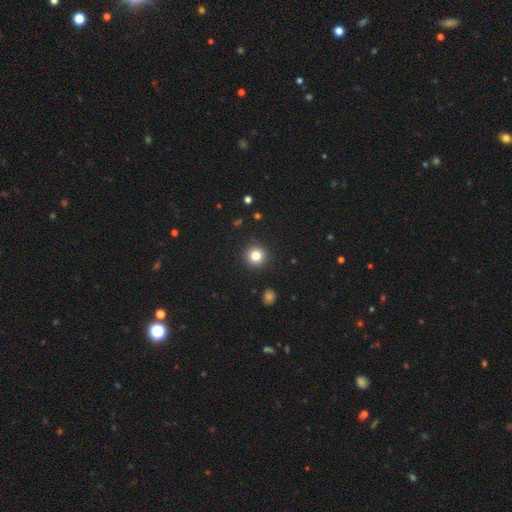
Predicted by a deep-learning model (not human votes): Smooth or featured? smooth (82%)
How rounded? round (94%)
Merging? none (92%)